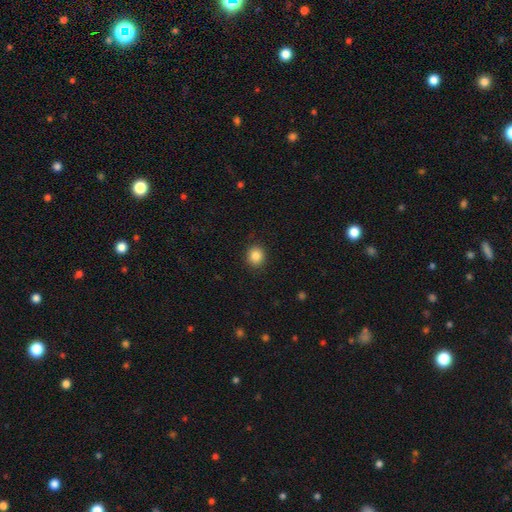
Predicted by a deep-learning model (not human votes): A smooth galaxy with no disk features (86%) that is round (81%).

Vote fractions:
- Smooth or featured? smooth: 86% / star or artifact: 10% / featured or disk: 4%
- How rounded? round: 81% / in between: 18% / cigar-shaped: 1%
- Merging? none: 90% / minor disturbance: 7% / major disturbance: 2% / merger: 1%